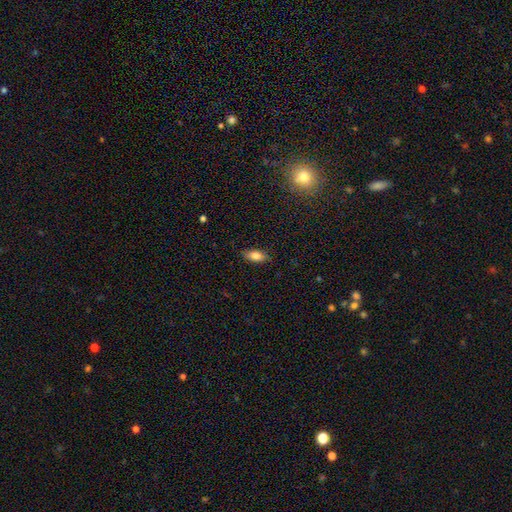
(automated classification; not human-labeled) smooth-or-featured: smooth: 81% | featured or disk: 11% | star or artifact: 8%
  how-rounded: in between: 84% | cigar-shaped: 12% | round: 4%
  merging: none: 85% | minor disturbance: 11% | major disturbance: 2% | merger: 1%